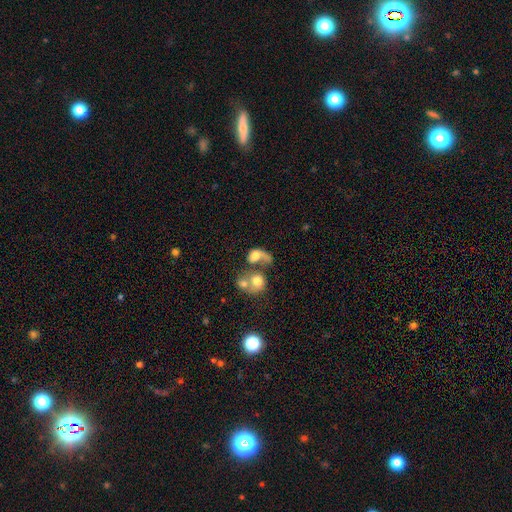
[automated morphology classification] Q: Smooth or featured?
A: smooth (53%); runner-up: featured or disk (37%)
Q: How rounded?
A: in between (55%); runner-up: round (43%)
Q: Merging?
A: merger (62%); runner-up: major disturbance (19%)